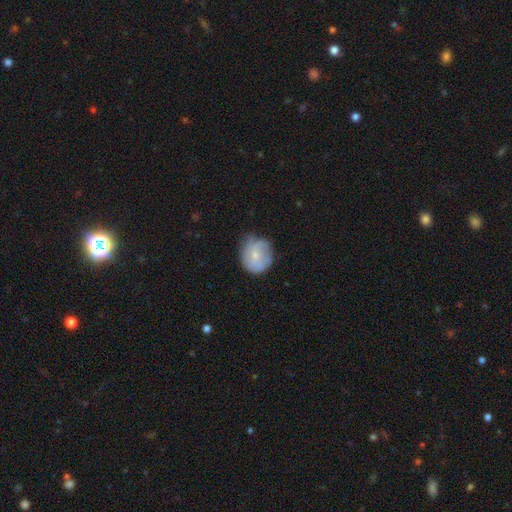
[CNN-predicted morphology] Smooth or featured? smooth (59%)
How rounded? round (77%)
Merging? none (54%)